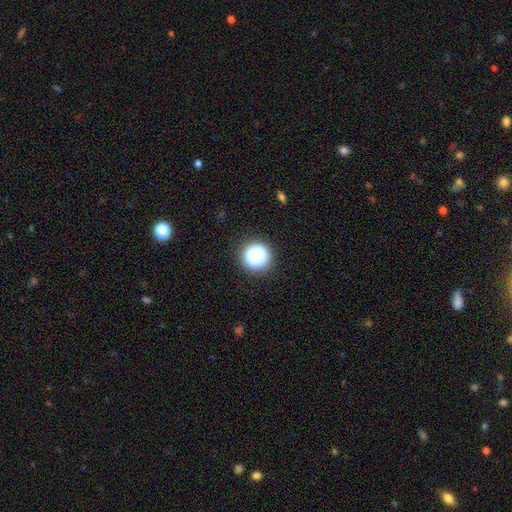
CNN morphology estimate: Smooth or featured? Predicted: smooth (p=0.86). How rounded? Predicted: round (p=0.95). Merging? Predicted: none (p=0.89).